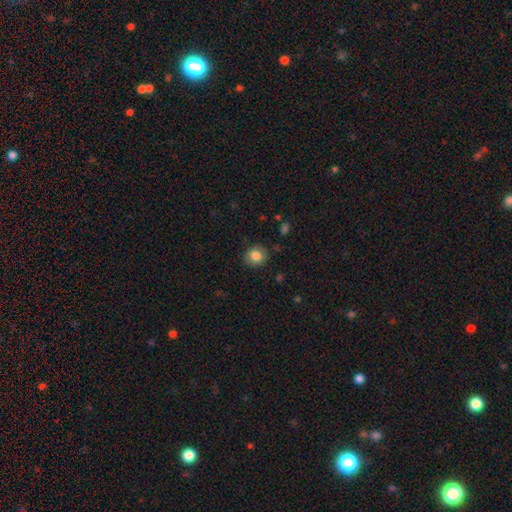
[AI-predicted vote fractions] A smooth galaxy with no disk features (83%) that is round (80%).

Vote fractions:
- Smooth or featured? smooth: 83% / star or artifact: 9% / featured or disk: 9%
- How rounded? round: 80% / in between: 19% / cigar-shaped: 1%
- Merging? none: 86% / minor disturbance: 10% / major disturbance: 3% / merger: 1%